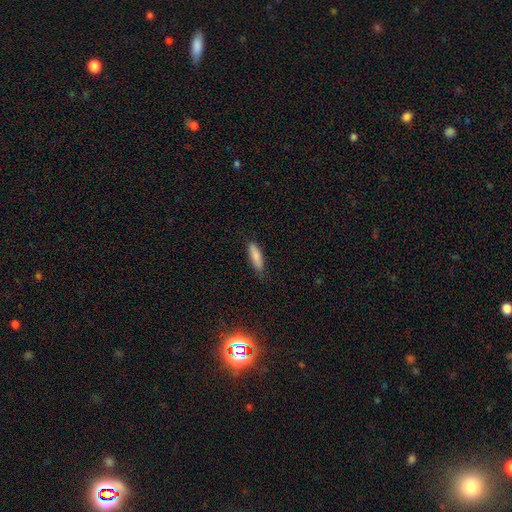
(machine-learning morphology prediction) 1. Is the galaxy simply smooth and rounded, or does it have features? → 84% smooth, 10% featured or disk, 7% star or artifact.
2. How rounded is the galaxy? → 59% cigar-shaped, 39% in between, 2% round.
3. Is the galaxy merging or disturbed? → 76% none, 20% minor disturbance, 3% major disturbance, 1% merger.